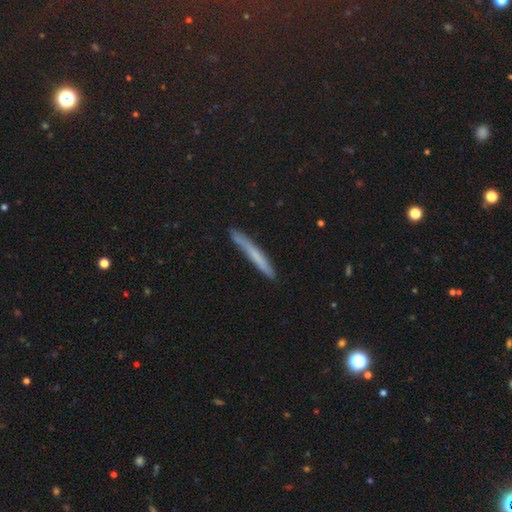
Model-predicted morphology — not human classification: This is possibly a smooth galaxy (58%). How rounded: clearly cigar-shaped (96%). Merging: clearly none (83%).